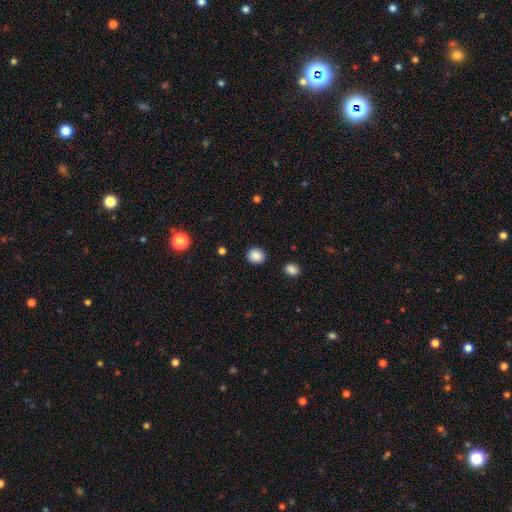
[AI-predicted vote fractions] smooth 87%, star or artifact 9%, featured or disk 3%. Down the decision tree: how rounded — round (79%); merging — none (89%).